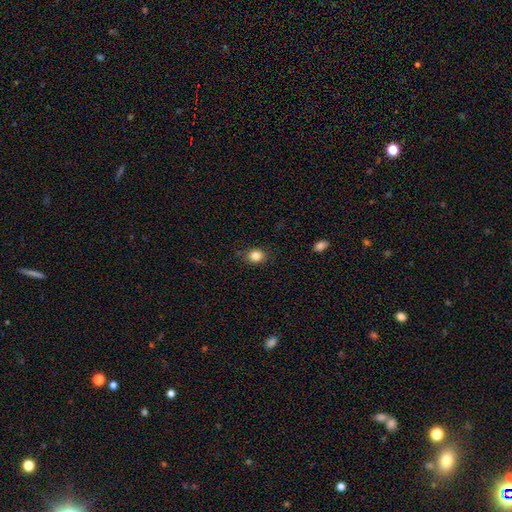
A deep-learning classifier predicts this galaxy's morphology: Smooth or featured? smooth (84%)
How rounded? round (55%)
Merging? none (84%)